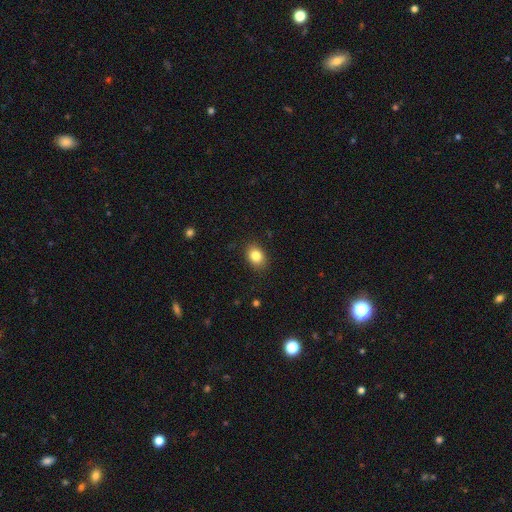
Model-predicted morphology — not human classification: smooth-or-featured: smooth: 84% | star or artifact: 9% | featured or disk: 7%
  how-rounded: in between: 64% | round: 35% | cigar-shaped: 1%
  merging: none: 87% | minor disturbance: 10% | major disturbance: 2% | merger: 1%